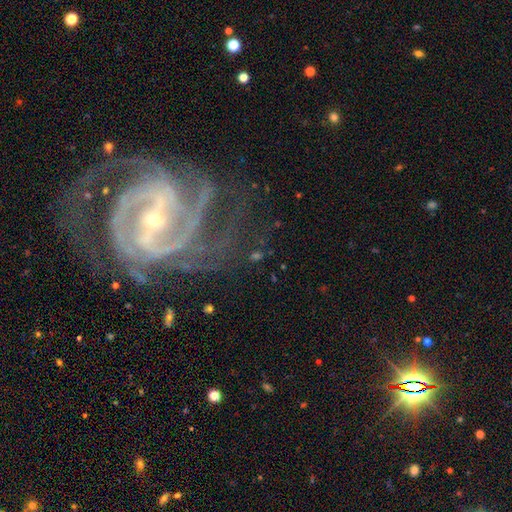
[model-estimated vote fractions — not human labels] Smooth or featured: featured or disk — 71% (star or artifact — 16%)
Edge-on disk: no — 94% (yes — 6%)
Bar: no — 38% (weak — 32%)
Spiral arms: yes — 86% (no — 14%)
Spiral winding: tight — 49% (medium — 36%)
Spiral arm count: 2 — 35% (can't tell — 24%)
Bulge size: small — 63% (moderate — 26%)
Merging: none — 59% (major disturbance — 19%)